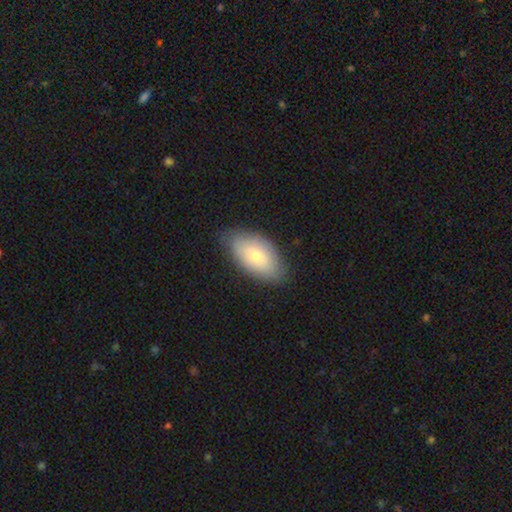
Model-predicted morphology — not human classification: Smooth or featured?
  - smooth: 72% *
  - featured or disk: 21%
  - star or artifact: 7%
How rounded?
  - in between: 94% *
  - round: 3%
  - cigar-shaped: 3%
Merging?
  - none: 78% *
  - minor disturbance: 17%
  - major disturbance: 3%
  - merger: 1%